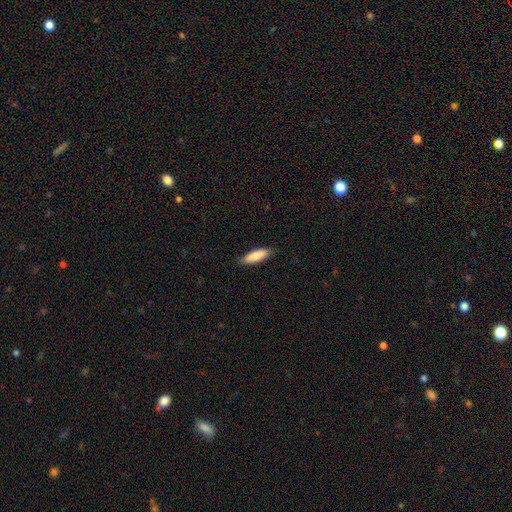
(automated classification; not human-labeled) A smooth galaxy with no disk features (83%) that is in between round and cigar-shaped (50%). Merging: none (83%).